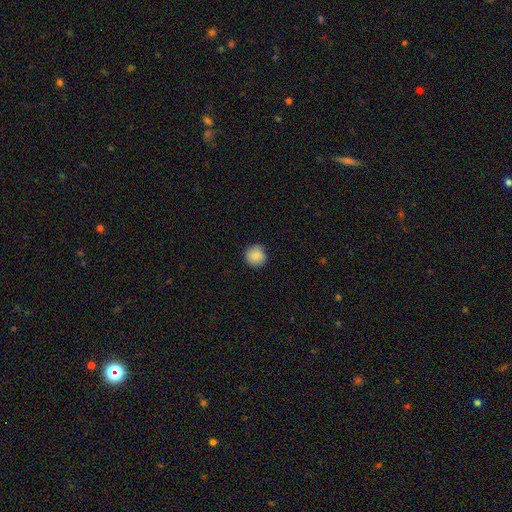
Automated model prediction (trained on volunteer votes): Smooth or featured? Predicted: smooth (p=0.87). How rounded? Predicted: round (p=0.93). Merging? Predicted: none (p=0.84).